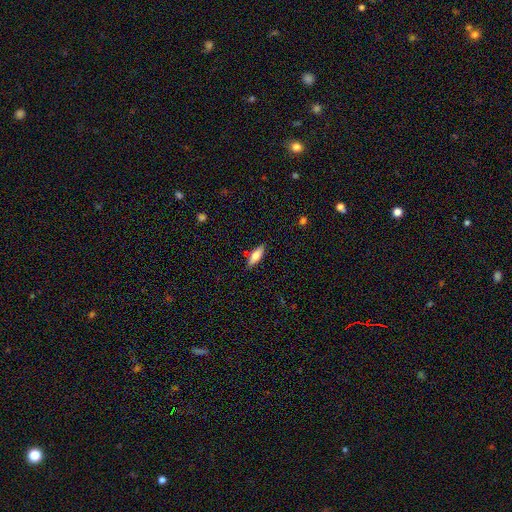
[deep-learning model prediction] Smooth or featured: smooth — 69% (featured or disk — 25%)
How rounded: in between — 61% (cigar-shaped — 36%)
Merging: none — 85% (minor disturbance — 11%)